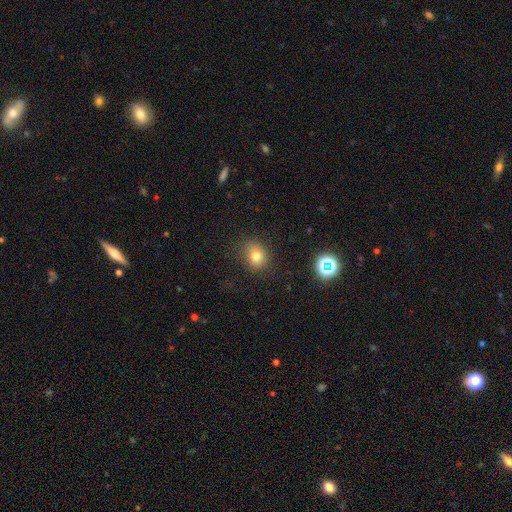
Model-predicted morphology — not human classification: A smooth galaxy with no disk features (76%) that is round (65%). Merging: none (80%).